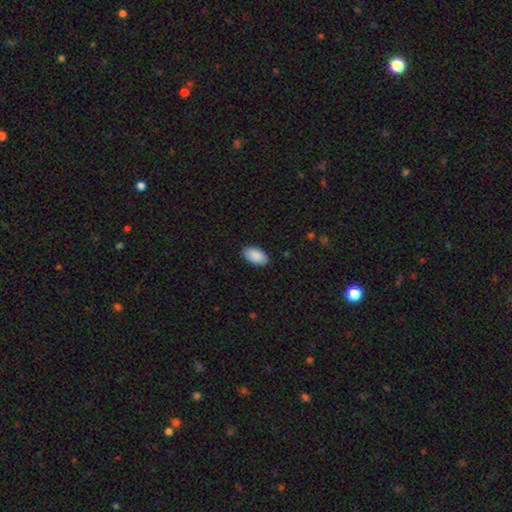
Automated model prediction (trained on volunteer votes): smooth-or-featured: smooth: 90% | star or artifact: 6% | featured or disk: 4%
  how-rounded: in between: 96% | round: 3% | cigar-shaped: 1%
  merging: none: 88% | minor disturbance: 9% | major disturbance: 2% | merger: 1%